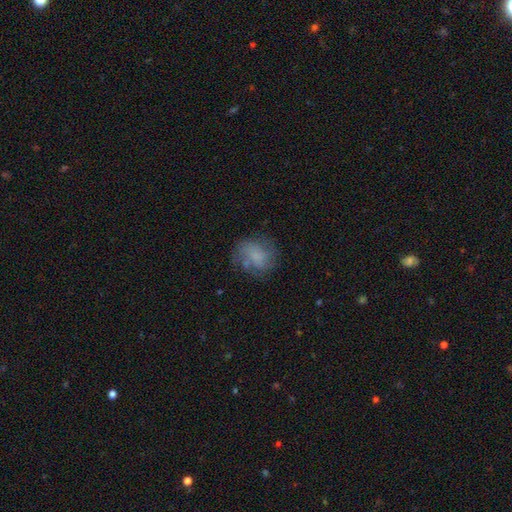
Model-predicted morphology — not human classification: The model was most divided on "smooth or featured": smooth: 53%, featured or disk: 37%, star or artifact: 11%. More confident: merging — none (62%); how rounded — round (58%).